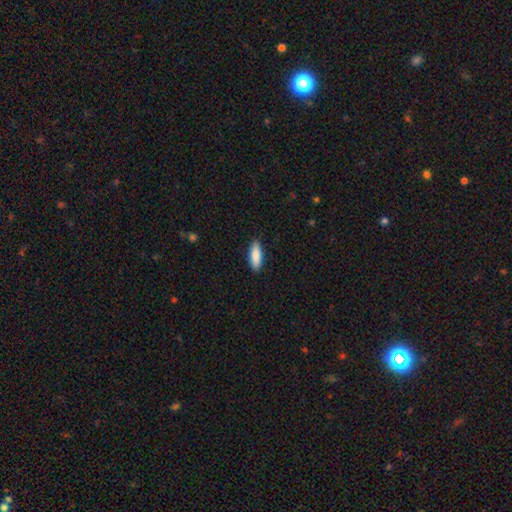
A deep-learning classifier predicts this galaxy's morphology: Smooth or featured: smooth — 85% (featured or disk — 9%)
How rounded: in between — 54% (cigar-shaped — 44%)
Merging: none — 89% (minor disturbance — 8%)